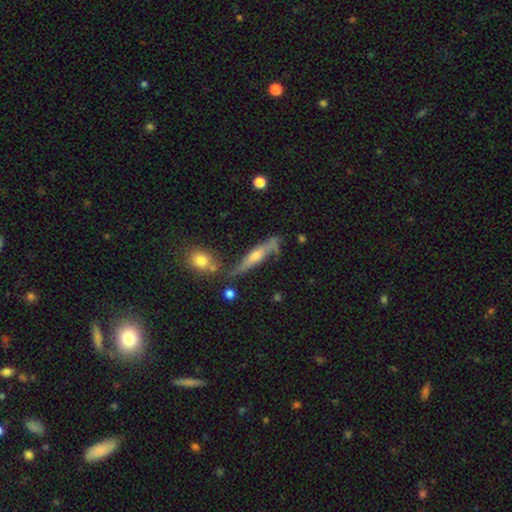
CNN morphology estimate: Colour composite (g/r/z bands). It shows a featured or disk galaxy (57%) viewed edge-on (81%). Merging: none (61%).